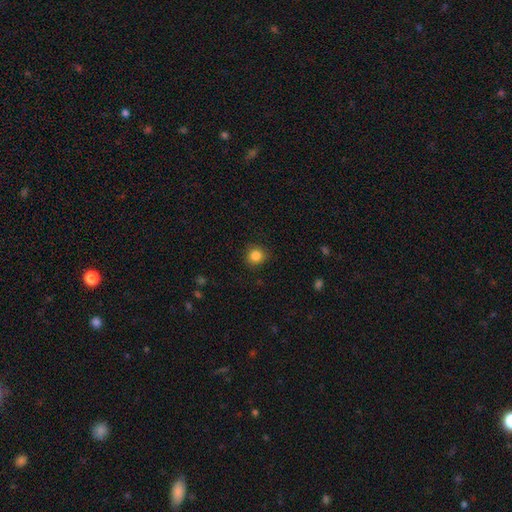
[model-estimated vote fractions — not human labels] Smooth or featured?
  - smooth: 85% *
  - star or artifact: 11%
  - featured or disk: 4%
How rounded?
  - round: 91% *
  - in between: 8%
  - cigar-shaped: 1%
Merging?
  - none: 89% *
  - minor disturbance: 8%
  - major disturbance: 2%
  - merger: 1%